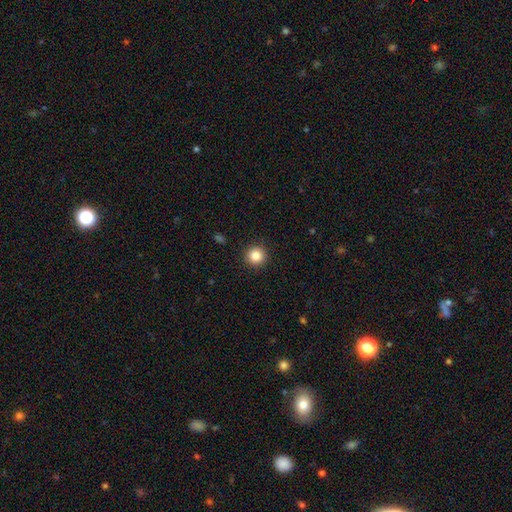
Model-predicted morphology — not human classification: Smooth or featured?
  - smooth: 85% *
  - star or artifact: 10%
  - featured or disk: 5%
How rounded?
  - round: 95% *
  - in between: 4%
  - cigar-shaped: 1%
Merging?
  - none: 92% *
  - minor disturbance: 5%
  - major disturbance: 2%
  - merger: 1%